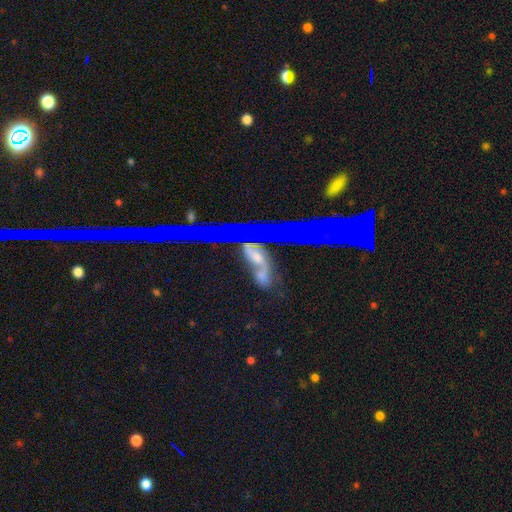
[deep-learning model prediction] This appears to be a featured or disk galaxy (37%). Merging: none (50%).